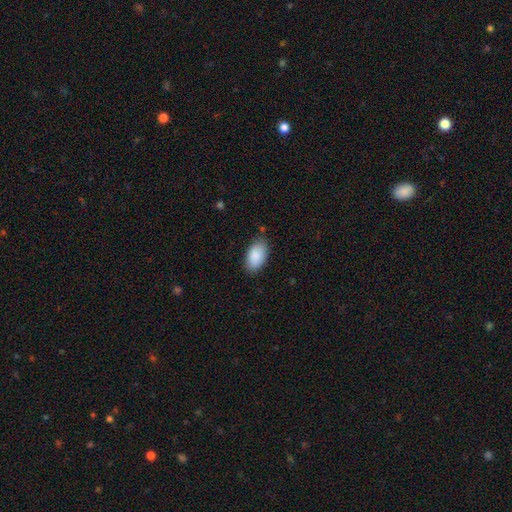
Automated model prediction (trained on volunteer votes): smooth 89%, star or artifact 6%, featured or disk 5%. Down the decision tree: how rounded — in between (95%); merging — none (81%).